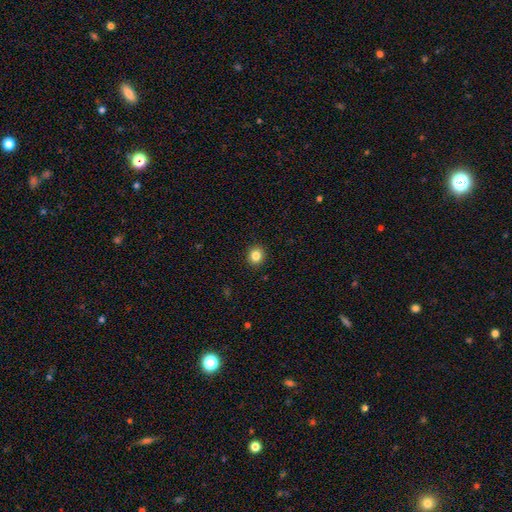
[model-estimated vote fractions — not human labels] Q: Smooth or featured?
A: smooth (84%); runner-up: star or artifact (11%)
Q: How rounded?
A: round (84%); runner-up: in between (15%)
Q: Merging?
A: none (92%); runner-up: minor disturbance (5%)